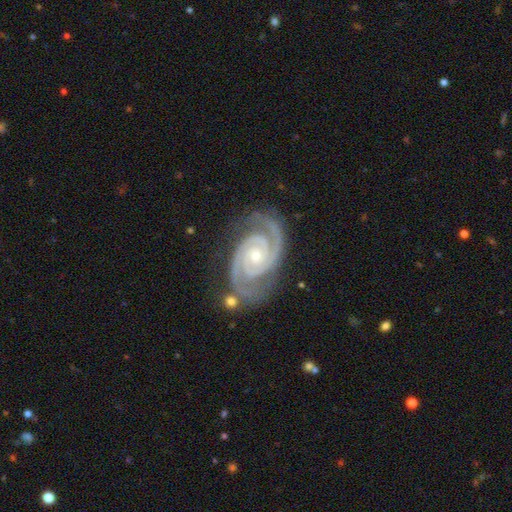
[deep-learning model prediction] Overall: featured or disk (94%). Edge-on disk: no (98%). Bar: no (69%). Spiral arms: yes (99%). Spiral arm count: 2 (91%). Spiral winding: tight (73%). Bulge size: small (66%; moderate 31%). Merging: none (79%).